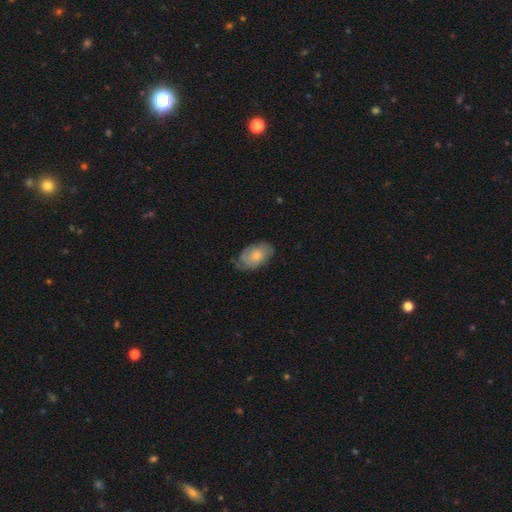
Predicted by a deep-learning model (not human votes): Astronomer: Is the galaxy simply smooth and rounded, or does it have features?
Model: smooth — 52% (runner-up: featured or disk, 42%).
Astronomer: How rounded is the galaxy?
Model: in between — 89%.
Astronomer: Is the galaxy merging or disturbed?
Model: none — 59%.